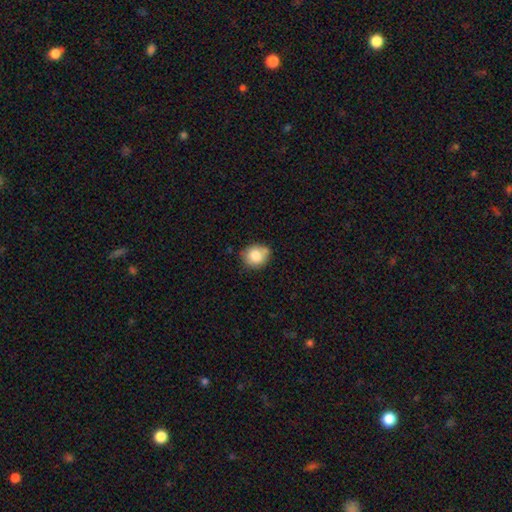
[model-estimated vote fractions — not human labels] This appears to be a smooth galaxy with no disk features (81%) that is round (73%). Merging: none (64%).